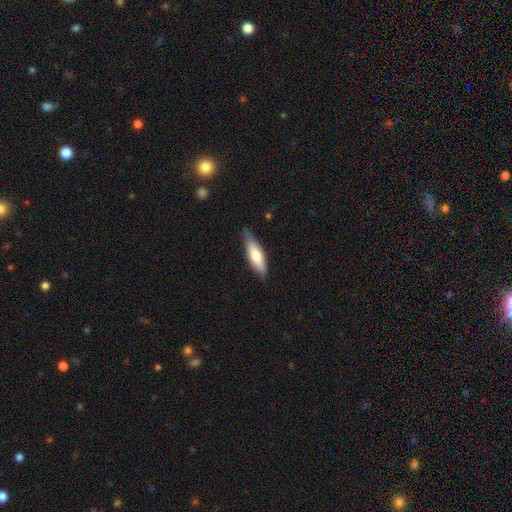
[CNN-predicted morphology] A smooth galaxy with no disk features (68%) that is cigar-shaped (53%). Merging: none (72%).